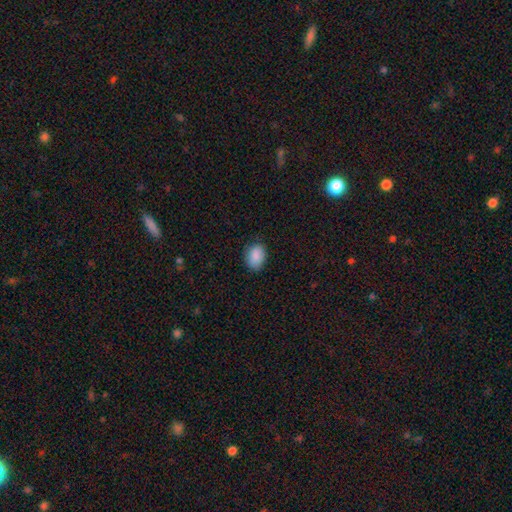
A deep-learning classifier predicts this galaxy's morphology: smooth 88%, star or artifact 7%, featured or disk 4%. Down the decision tree: how rounded — in between (69%); merging — none (79%).